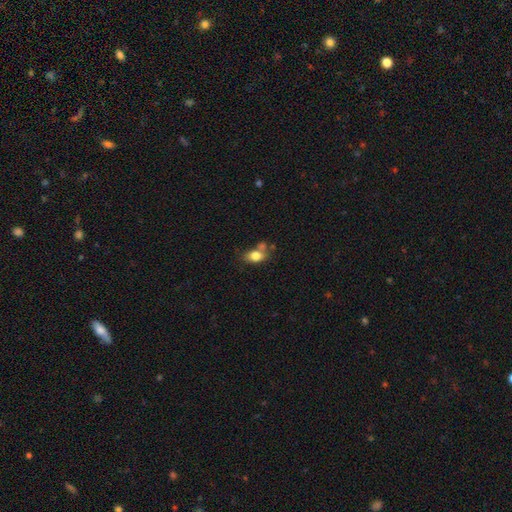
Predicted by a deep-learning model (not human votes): The model was most divided on "merging": none: 49%, merger: 26%, minor disturbance: 18%, major disturbance: 7%. More confident: how rounded — in between (80%); smooth or featured — smooth (78%).